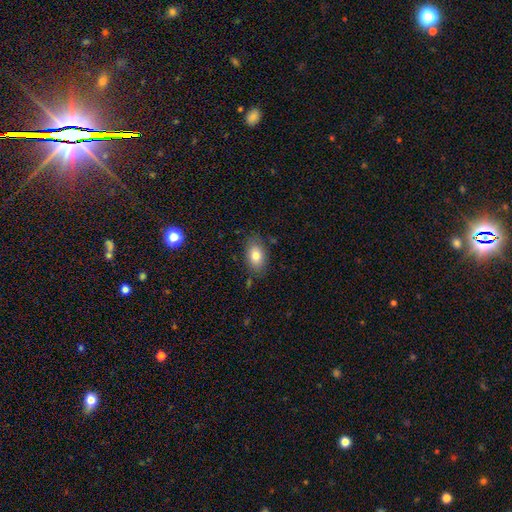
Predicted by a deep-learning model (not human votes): Smooth or featured: smooth — 80% (featured or disk — 12%)
How rounded: in between — 88% (round — 11%)
Merging: none — 80% (minor disturbance — 14%)